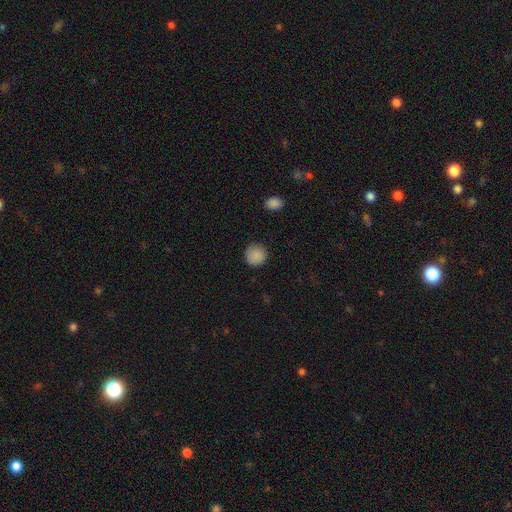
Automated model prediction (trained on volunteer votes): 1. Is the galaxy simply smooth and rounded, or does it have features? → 88% smooth, 9% star or artifact, 4% featured or disk.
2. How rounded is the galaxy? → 94% round, 5% in between, 1% cigar-shaped.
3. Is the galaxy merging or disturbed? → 88% none, 8% minor disturbance, 2% major disturbance, 1% merger.